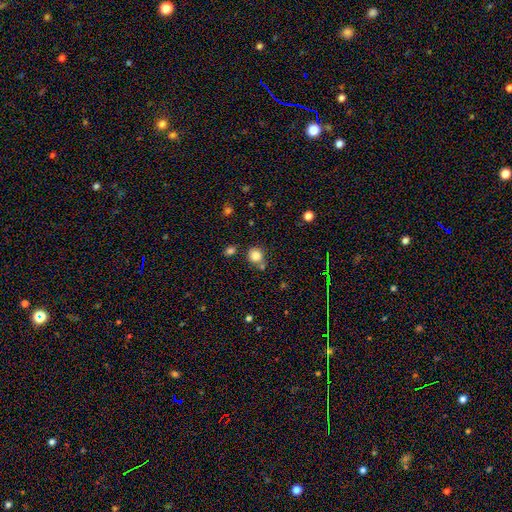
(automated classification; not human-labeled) This is clearly a smooth galaxy (82%). How rounded: clearly round (87%). Merging: likely none (71%).